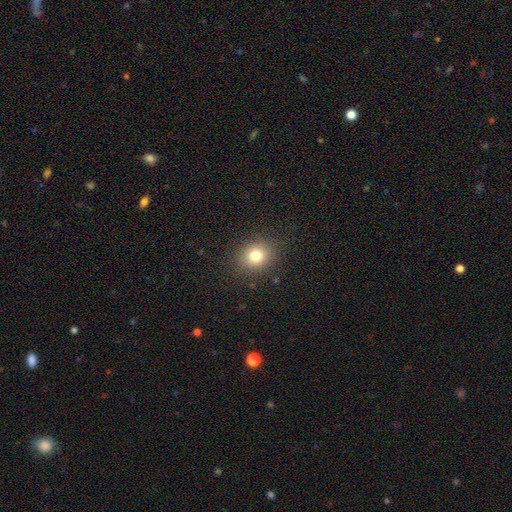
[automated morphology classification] type=smooth (79%); roundness=round (70%); merging=none (88%).